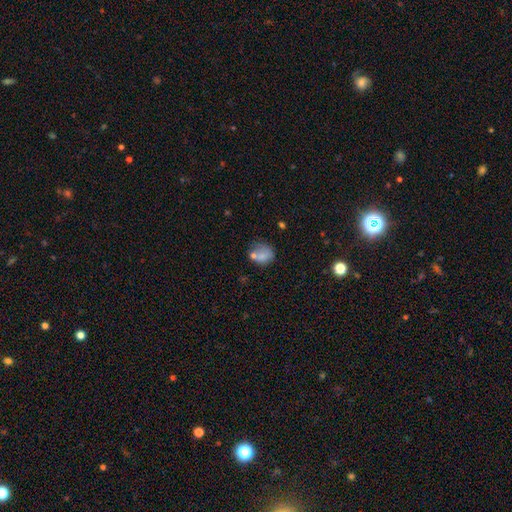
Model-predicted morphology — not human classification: This is likely a smooth galaxy (68%). How rounded: likely round (65%). Merging: possibly none (51%).